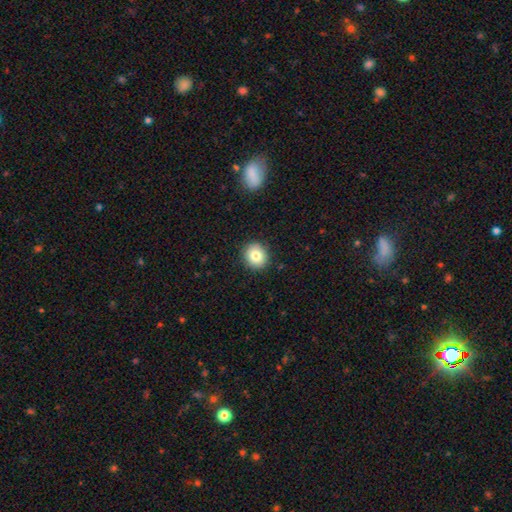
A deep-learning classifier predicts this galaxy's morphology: A smooth galaxy with no disk features (81%) that is round (81%).

Vote fractions:
- Smooth or featured? smooth: 81% / star or artifact: 9% / featured or disk: 9%
- How rounded? round: 81% / in between: 18% / cigar-shaped: 1%
- Merging? none: 90% / minor disturbance: 7% / major disturbance: 2% / merger: 1%